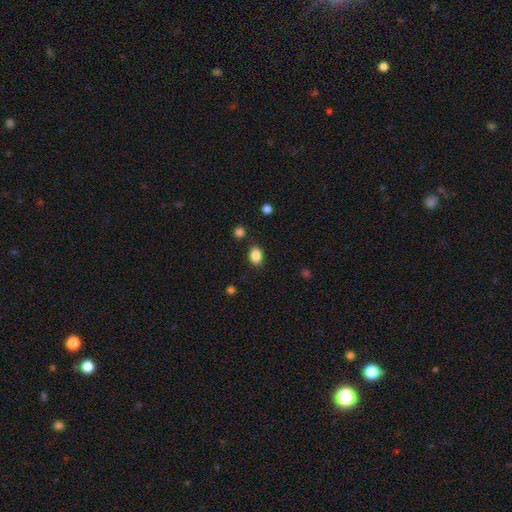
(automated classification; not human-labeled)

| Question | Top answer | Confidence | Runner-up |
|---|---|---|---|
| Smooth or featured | smooth | 86% | star or artifact (10%) |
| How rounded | in between | 74% | round (25%) |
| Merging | none | 84% | minor disturbance (10%) |